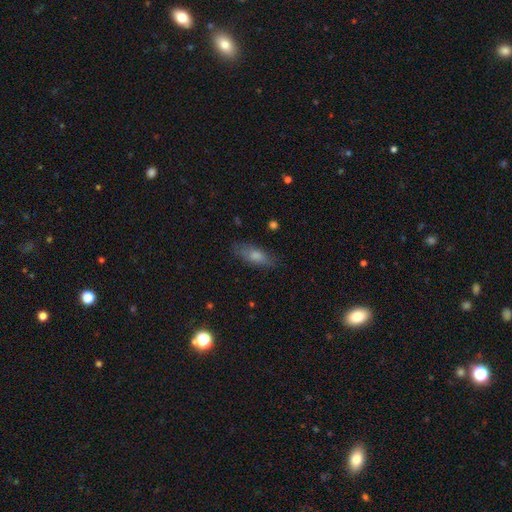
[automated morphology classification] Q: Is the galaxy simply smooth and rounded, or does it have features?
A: smooth — 74%.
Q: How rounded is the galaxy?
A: in between — 70%.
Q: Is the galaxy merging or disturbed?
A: none — 74%.